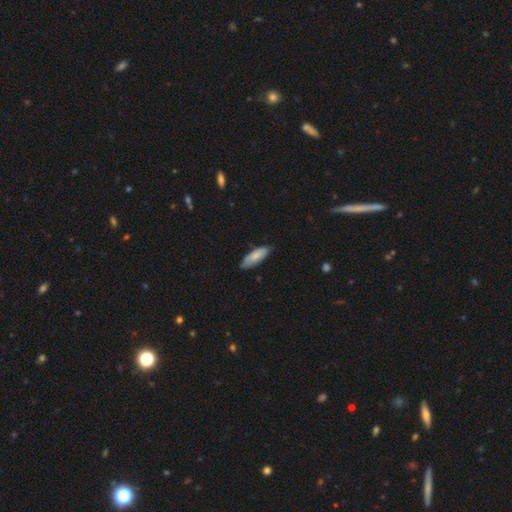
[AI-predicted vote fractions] Morphology: type=smooth (79%); roundness=in between (69%); merging=none (77%).